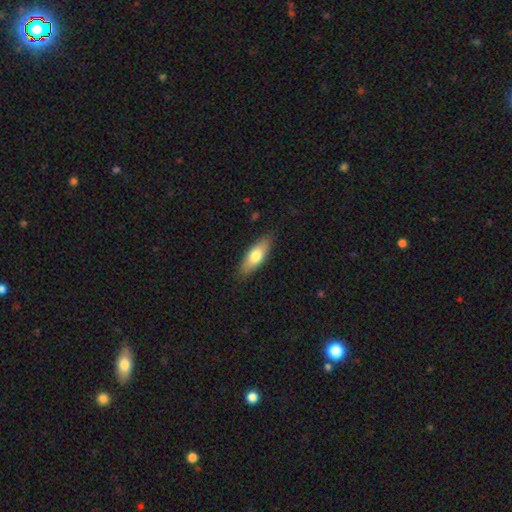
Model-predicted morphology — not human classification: smooth-or-featured: smooth: 67% | featured or disk: 27% | star or artifact: 6%
  how-rounded: in between: 58% | cigar-shaped: 39% | round: 2%
  merging: none: 86% | minor disturbance: 11% | major disturbance: 2% | merger: 1%